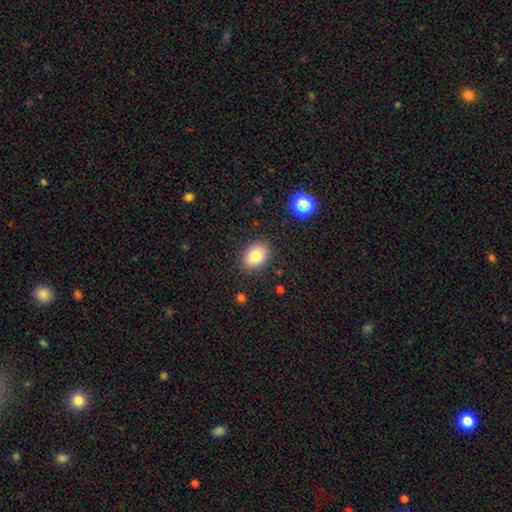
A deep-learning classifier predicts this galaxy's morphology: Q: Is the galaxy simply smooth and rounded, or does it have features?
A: smooth — 81%.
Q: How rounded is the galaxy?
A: in between — 71%.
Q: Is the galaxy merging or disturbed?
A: none — 87%.